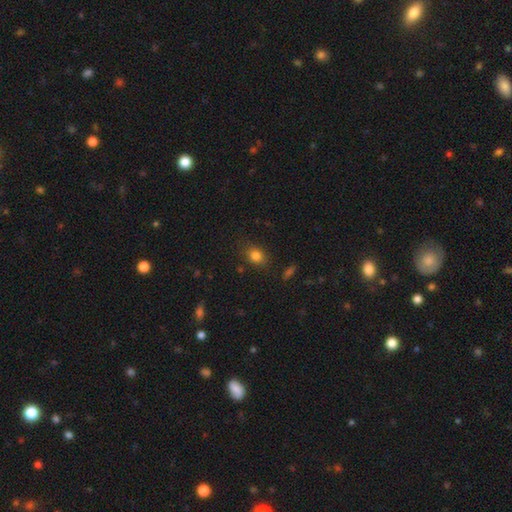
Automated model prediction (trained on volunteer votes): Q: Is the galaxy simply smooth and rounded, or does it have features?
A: smooth — 81%.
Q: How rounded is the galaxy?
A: in between — 54%.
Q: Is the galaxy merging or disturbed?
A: none — 81%.